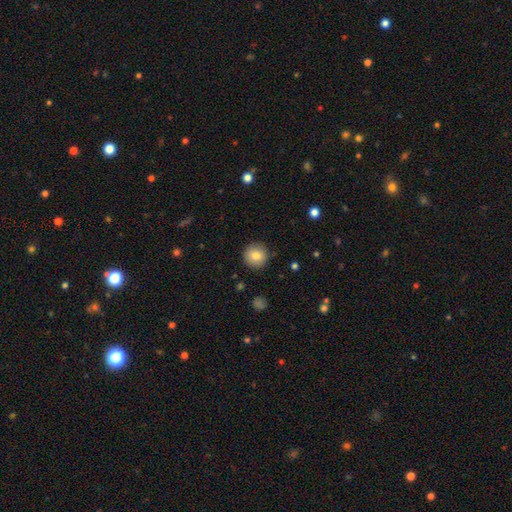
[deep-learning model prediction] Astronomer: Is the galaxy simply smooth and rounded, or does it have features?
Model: smooth — 82%.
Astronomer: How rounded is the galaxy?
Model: round — 94%.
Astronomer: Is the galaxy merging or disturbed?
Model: none — 90%.